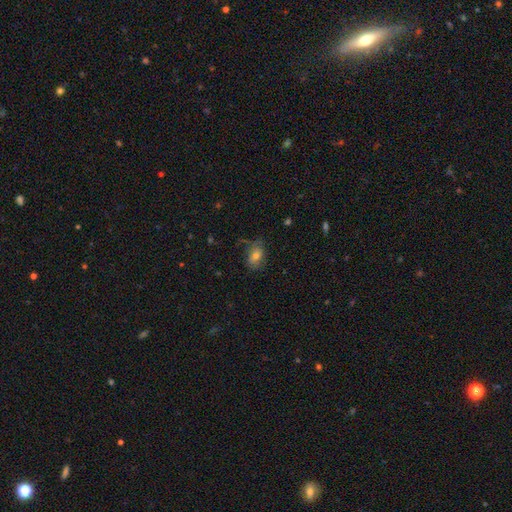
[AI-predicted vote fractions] smooth_or_featured: smooth (p=0.70) [alt: featured or disk p=0.18]
how_rounded: in between (p=0.84) [alt: round p=0.13]
merging: none (p=0.66) [alt: minor disturbance p=0.23]